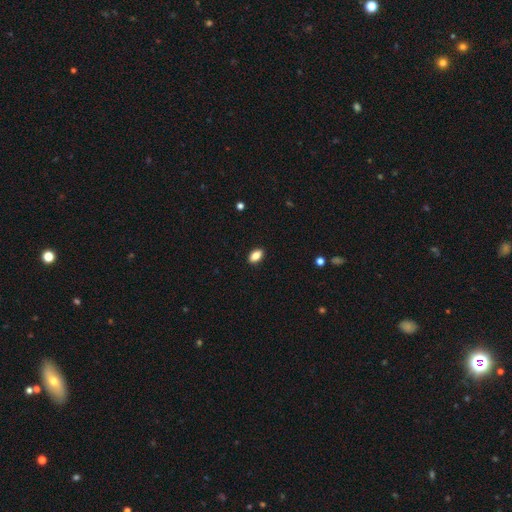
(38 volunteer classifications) smooth-or-featured: smooth: 95% | featured or disk: 3% | star or artifact: 3%
  how-rounded: in between: 97% | cigar-shaped: 3% | round: 0%
  merging: none: 89% | minor disturbance: 11% | major disturbance: 0% | merger: 0%